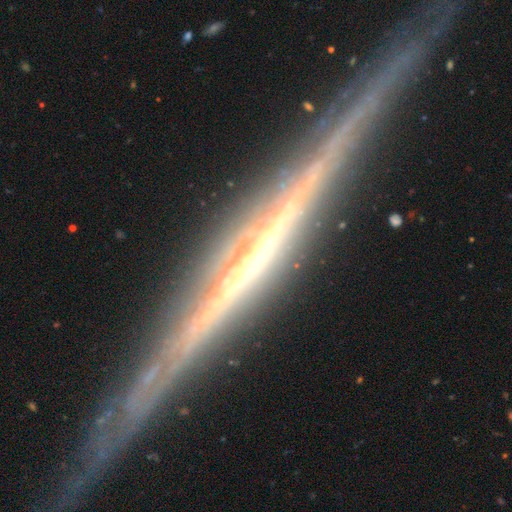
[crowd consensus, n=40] Smooth or featured: featured or disk — 100%
Edge-on disk: yes — 98% (no — 2%)
Edge-on bulge: none — 51% (rounded — 44%)
Merging: none — 95% (minor disturbance — 2%)